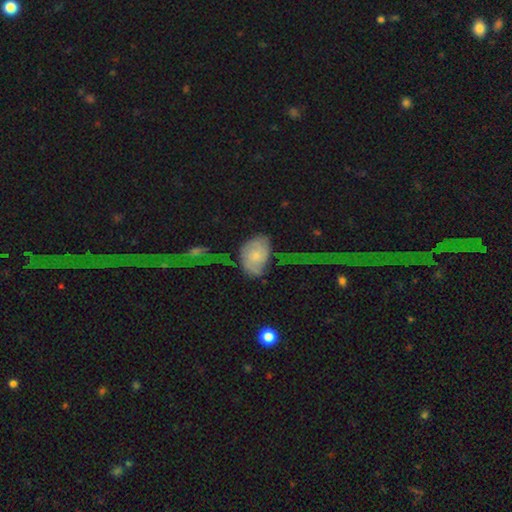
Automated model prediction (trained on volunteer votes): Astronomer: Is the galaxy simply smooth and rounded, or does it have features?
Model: featured or disk — 50% (runner-up: smooth, 43%).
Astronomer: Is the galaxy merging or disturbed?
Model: none — 41% (runner-up: minor disturbance, 24%).